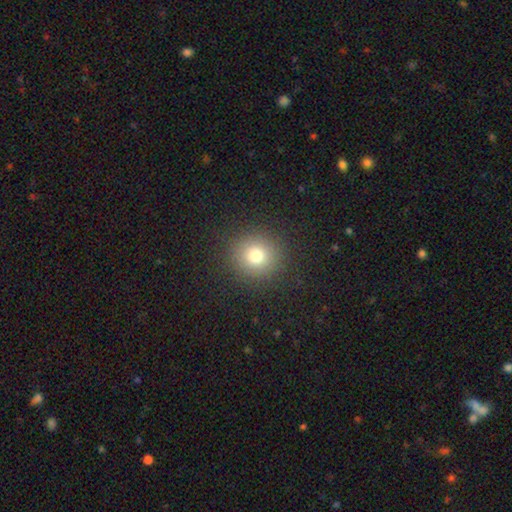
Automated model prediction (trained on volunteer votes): Smooth or featured? smooth (76%)
How rounded? round (92%)
Merging? none (90%)